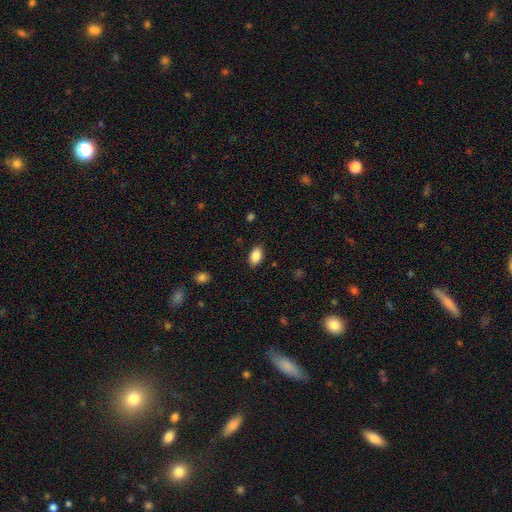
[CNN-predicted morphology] A smooth galaxy with no disk features (89%) that is in between round and cigar-shaped (92%). Merging: none (87%).